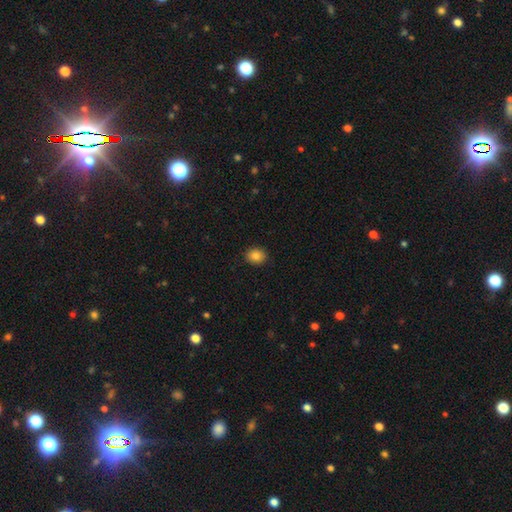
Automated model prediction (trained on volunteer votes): smooth_or_featured: smooth (p=0.85) [alt: star or artifact p=0.10]
how_rounded: round (p=0.58) [alt: in between p=0.41]
merging: none (p=0.90) [alt: minor disturbance p=0.07]